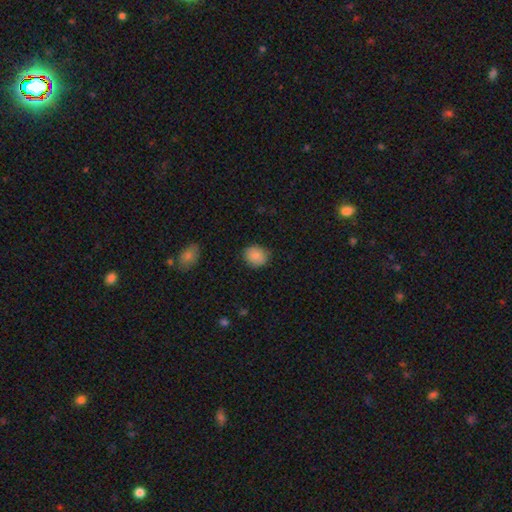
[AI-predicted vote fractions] A smooth galaxy with no disk features (86%) that is round (66%).

Vote fractions:
- Smooth or featured? smooth: 86% / star or artifact: 8% / featured or disk: 6%
- How rounded? round: 66% / in between: 33% / cigar-shaped: 1%
- Merging? none: 85% / minor disturbance: 11% / major disturbance: 3% / merger: 1%